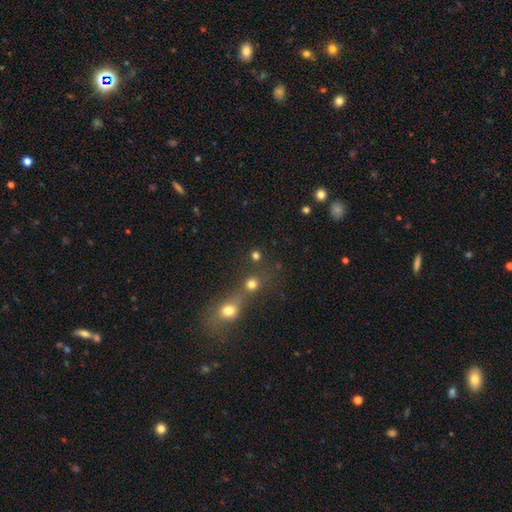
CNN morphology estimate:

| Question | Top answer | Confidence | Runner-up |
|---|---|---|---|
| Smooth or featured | smooth | 73% | star or artifact (20%) |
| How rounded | round | 87% | in between (12%) |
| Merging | none | 59% | merger (30%) |